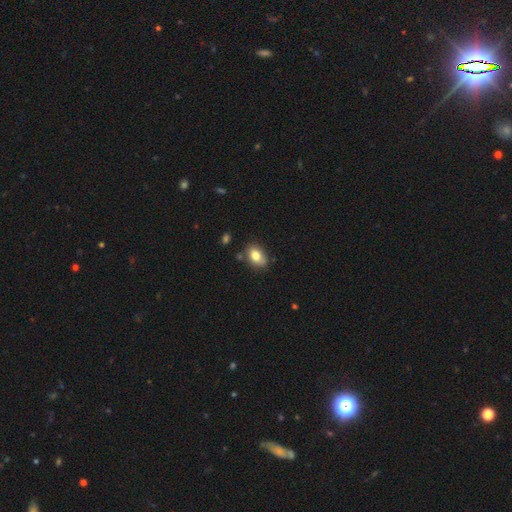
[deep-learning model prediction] Smooth or featured?
  - smooth: 80% *
  - featured or disk: 11%
  - star or artifact: 9%
How rounded?
  - in between: 81% *
  - round: 17%
  - cigar-shaped: 2%
Merging?
  - none: 75% *
  - minor disturbance: 17%
  - merger: 5%
  - major disturbance: 3%